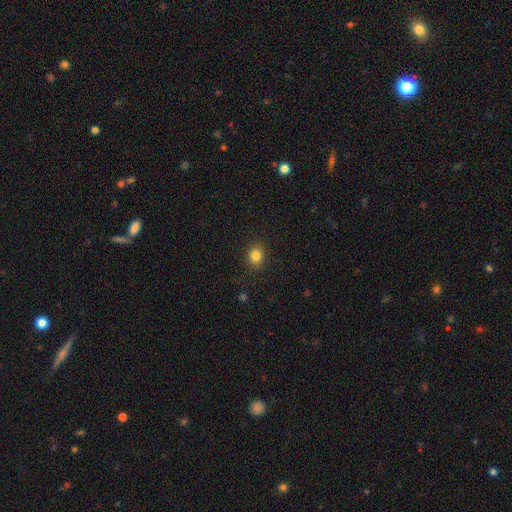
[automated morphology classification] A smooth galaxy with no disk features (83%) that is round (67%). Merging: none (88%).